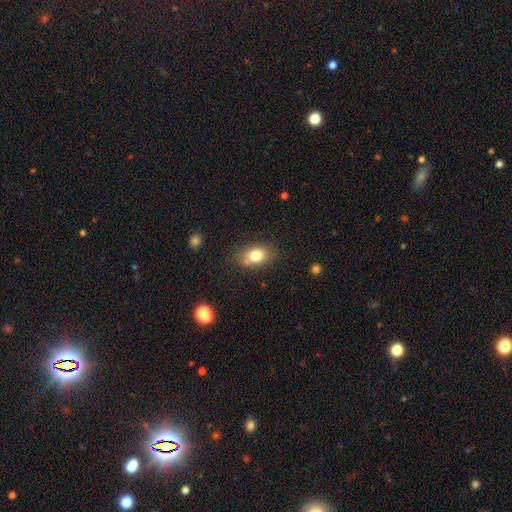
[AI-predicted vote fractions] Q: Smooth or featured?
A: smooth (79%); runner-up: featured or disk (11%)
Q: How rounded?
A: in between (80%); runner-up: round (19%)
Q: Merging?
A: none (77%); runner-up: minor disturbance (15%)